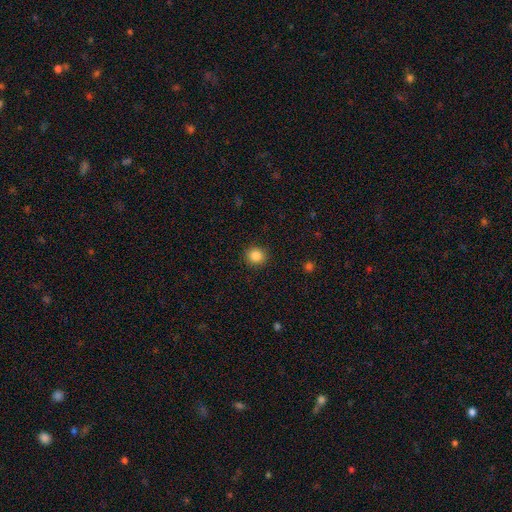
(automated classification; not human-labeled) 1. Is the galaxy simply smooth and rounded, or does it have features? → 86% smooth, 10% star or artifact, 4% featured or disk.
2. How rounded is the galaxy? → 90% round, 9% in between, 1% cigar-shaped.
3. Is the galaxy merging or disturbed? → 91% none, 6% minor disturbance, 2% major disturbance, 1% merger.